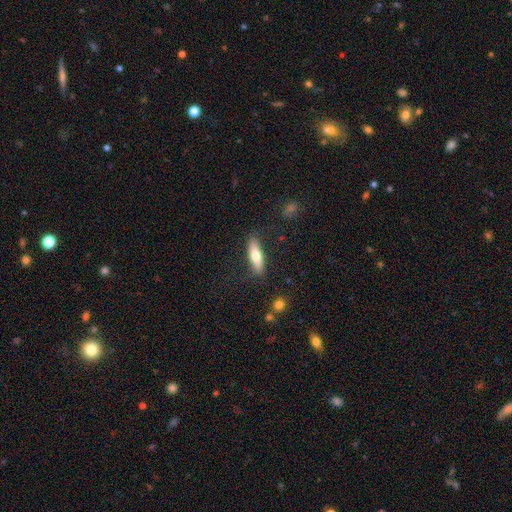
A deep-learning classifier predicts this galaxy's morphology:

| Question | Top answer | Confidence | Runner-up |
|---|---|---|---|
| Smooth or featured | smooth | 68% | featured or disk (26%) |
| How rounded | cigar-shaped | 59% | in between (38%) |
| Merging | none | 81% | minor disturbance (13%) |